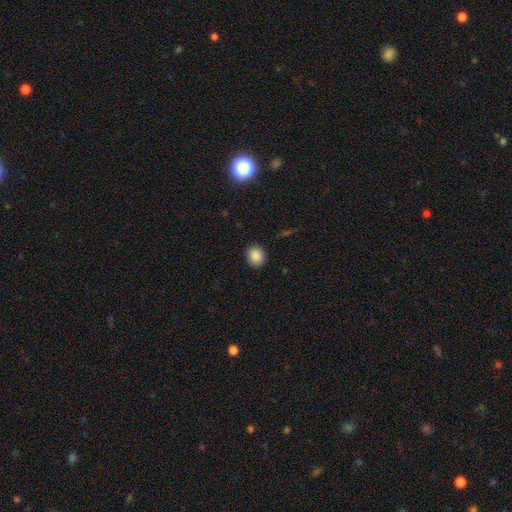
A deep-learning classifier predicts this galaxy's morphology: The model was most divided on "how rounded": round: 62%, in between: 37%, cigar-shaped: 1%. More confident: merging — none (90%); smooth or featured — smooth (88%).